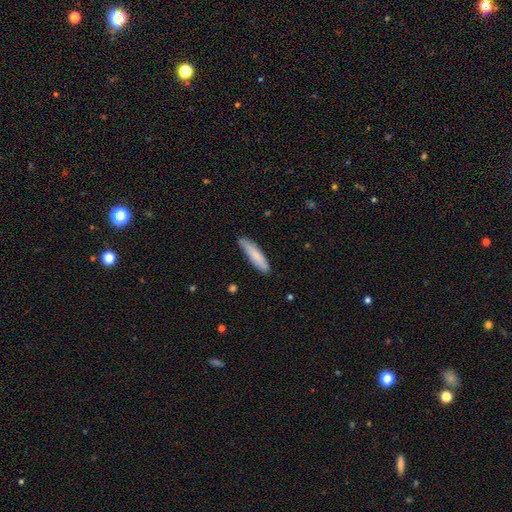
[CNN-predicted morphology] Q: Smooth or featured?
A: smooth (81%); runner-up: featured or disk (13%)
Q: How rounded?
A: cigar-shaped (80%); runner-up: in between (19%)
Q: Merging?
A: none (80%); runner-up: minor disturbance (16%)